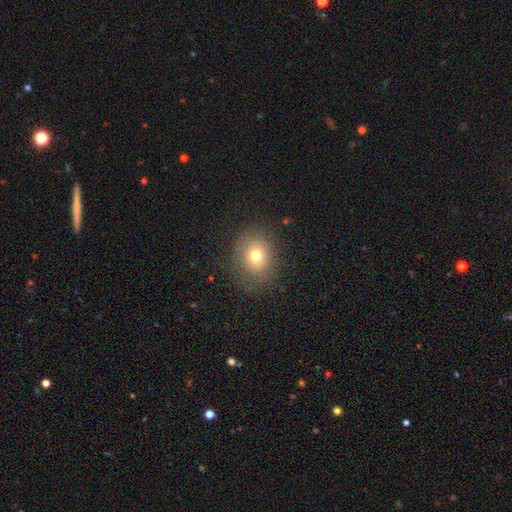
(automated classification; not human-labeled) Smooth or featured: smooth — 71% (featured or disk — 15%)
How rounded: round — 62% (in between — 37%)
Merging: none — 78% (minor disturbance — 14%)